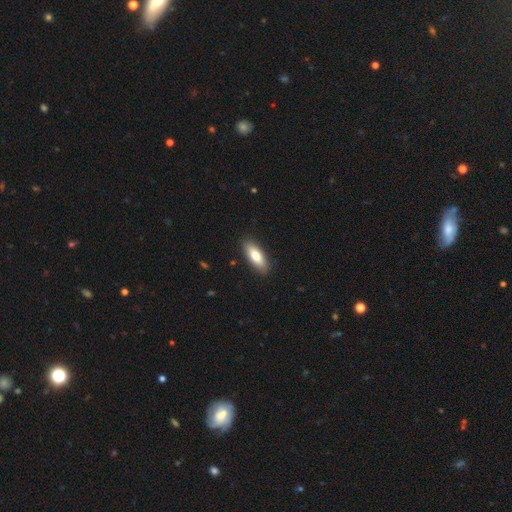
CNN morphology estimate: smooth 78%, featured or disk 16%, star or artifact 6%. Down the decision tree: how rounded — in between (70%); merging — none (88%).